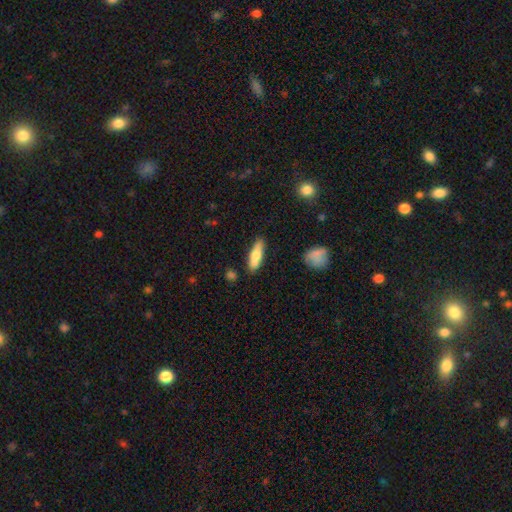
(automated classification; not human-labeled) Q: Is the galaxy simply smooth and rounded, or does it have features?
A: smooth — 68%.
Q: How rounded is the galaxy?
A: cigar-shaped — 59%.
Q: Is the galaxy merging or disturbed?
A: none — 82%.